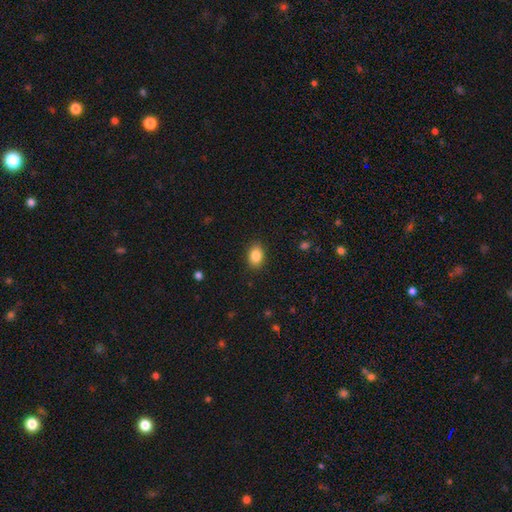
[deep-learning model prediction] Smooth or featured: smooth — 86% (star or artifact — 9%)
How rounded: in between — 80% (round — 19%)
Merging: none — 89% (minor disturbance — 8%)